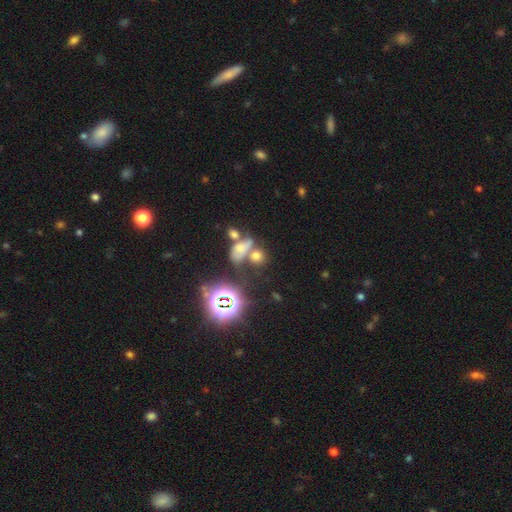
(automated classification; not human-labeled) smooth-or-featured: smooth: 55% | star or artifact: 32% | featured or disk: 14%
  how-rounded: round: 50% | in between: 46% | cigar-shaped: 4%
  merging: merger: 42% | none: 39% | minor disturbance: 11% | major disturbance: 8%